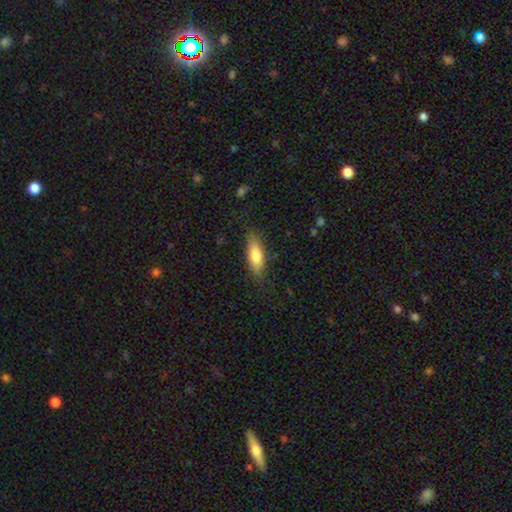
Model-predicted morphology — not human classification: Smooth or featured: smooth — 75% (featured or disk — 18%)
How rounded: in between — 60% (cigar-shaped — 38%)
Merging: none — 79% (minor disturbance — 15%)